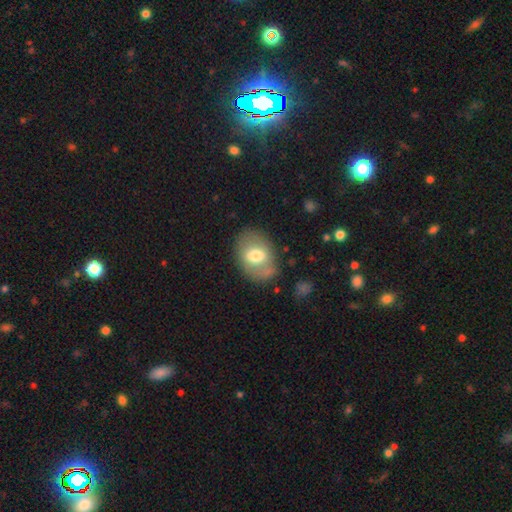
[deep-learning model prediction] Smooth or featured? smooth (61%)
How rounded? in between (73%)
Merging? none (74%)